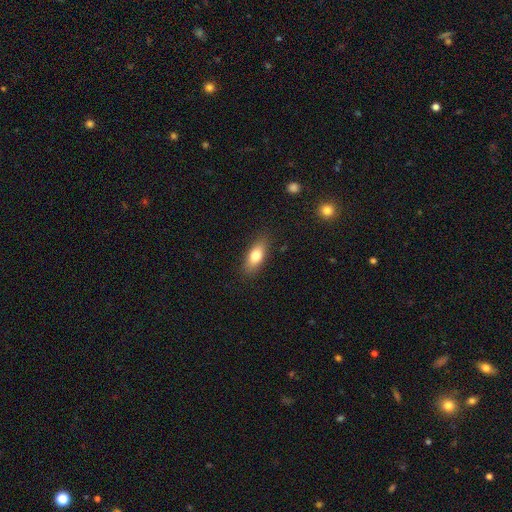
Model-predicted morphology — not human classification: smooth-or-featured: smooth: 77% | featured or disk: 16% | star or artifact: 7%
  how-rounded: in between: 78% | cigar-shaped: 18% | round: 4%
  merging: none: 86% | minor disturbance: 10% | major disturbance: 3% | merger: 1%